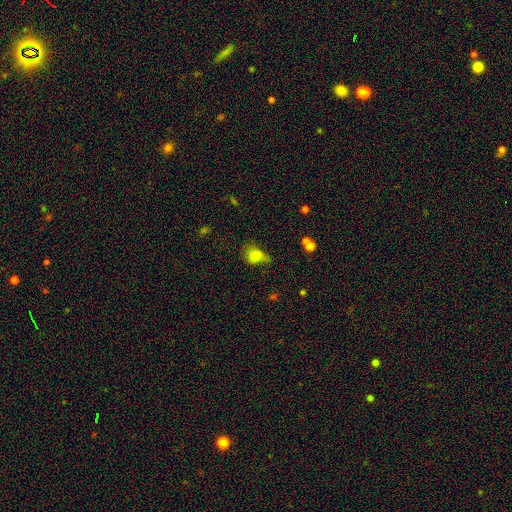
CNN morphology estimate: Smooth or featured: smooth — 76% (featured or disk — 13%)
How rounded: in between — 60% (round — 38%)
Merging: minor disturbance — 35% (none — 34%)